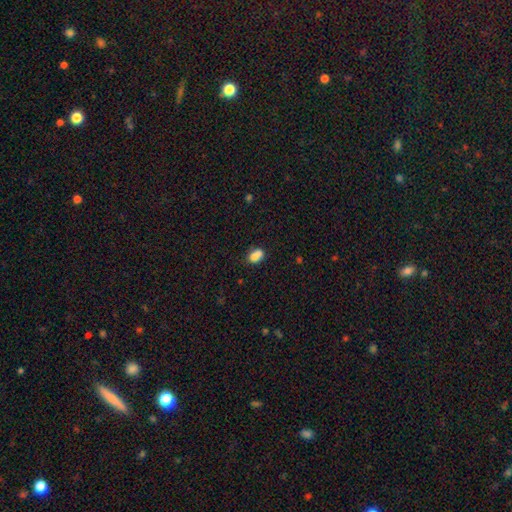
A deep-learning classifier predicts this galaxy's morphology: Smooth or featured?
  - smooth: 79% *
  - featured or disk: 11%
  - star or artifact: 10%
How rounded?
  - in between: 68% *
  - round: 30%
  - cigar-shaped: 2%
Merging?
  - none: 44% *
  - merger: 34%
  - minor disturbance: 17%
  - major disturbance: 5%